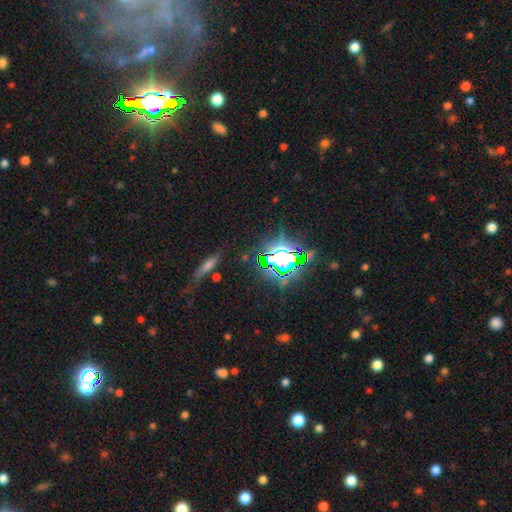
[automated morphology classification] smooth_or_featured: star or artifact (p=0.81) [alt: smooth p=0.10]